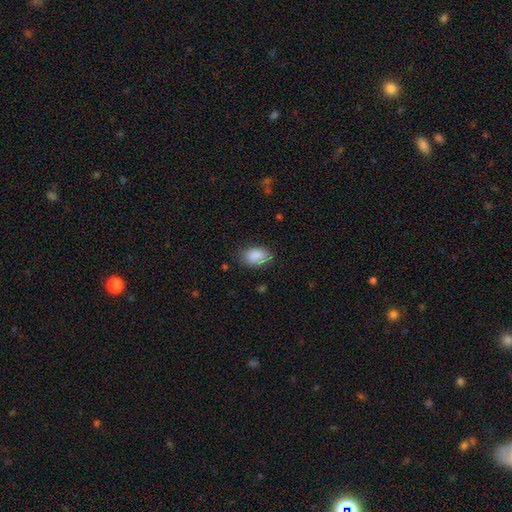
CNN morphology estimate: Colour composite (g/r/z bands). It shows a smooth galaxy with no disk features (88%) that is in between round and cigar-shaped (90%). Merging: none (75%).